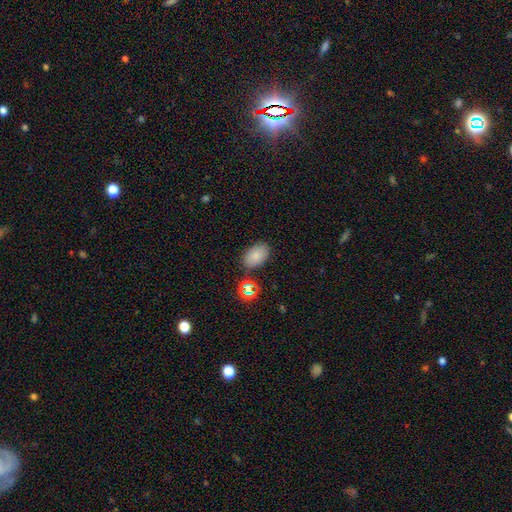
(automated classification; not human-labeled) This is clearly a smooth galaxy (81%). How rounded: clearly in between (90%). Merging: likely none (80%).